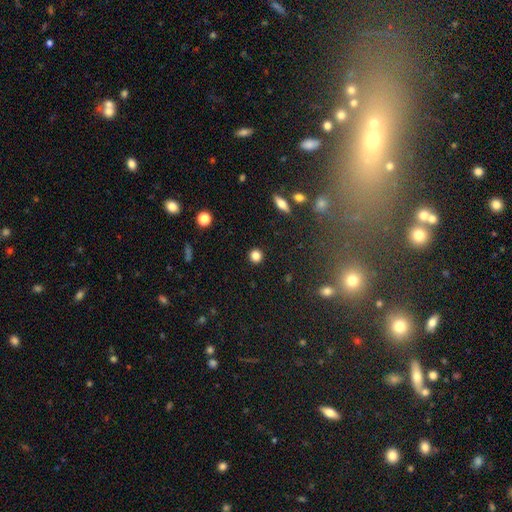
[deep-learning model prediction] This appears to be a smooth galaxy with no disk features (83%) that is round (91%). Merging: none (92%).